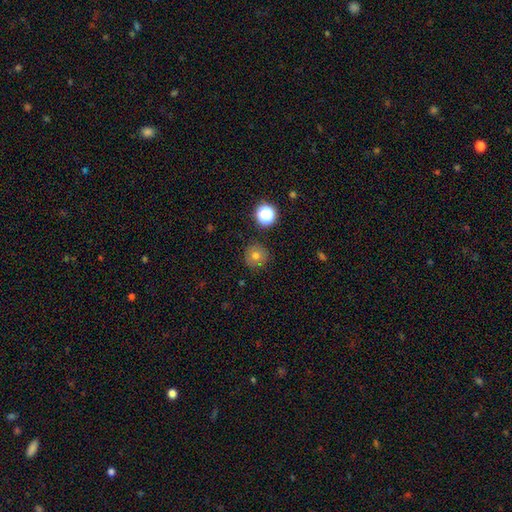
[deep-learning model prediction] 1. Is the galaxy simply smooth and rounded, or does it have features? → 72% smooth, 16% star or artifact, 12% featured or disk.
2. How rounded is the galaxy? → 94% round, 5% in between, 1% cigar-shaped.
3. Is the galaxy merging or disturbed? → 87% none, 8% minor disturbance, 3% major disturbance, 2% merger.